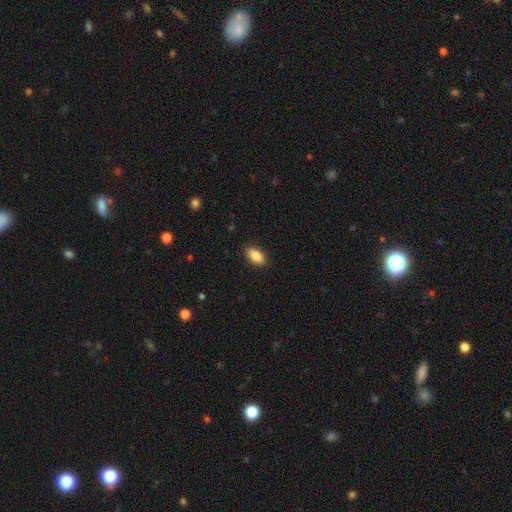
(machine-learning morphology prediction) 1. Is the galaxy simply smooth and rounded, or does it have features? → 87% smooth, 7% star or artifact, 6% featured or disk.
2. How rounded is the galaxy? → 91% in between, 5% cigar-shaped, 4% round.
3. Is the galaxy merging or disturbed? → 89% none, 8% minor disturbance, 2% major disturbance, 1% merger.